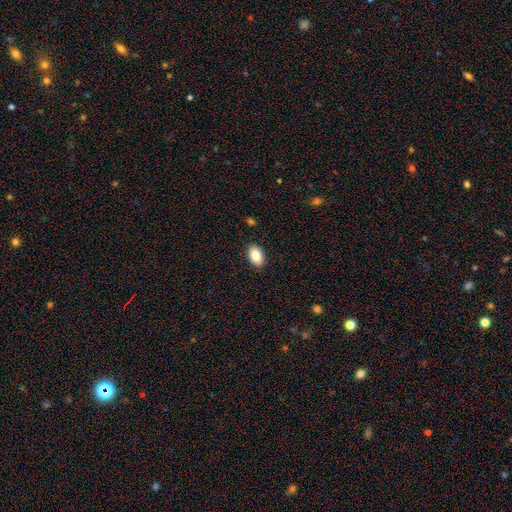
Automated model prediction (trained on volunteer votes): smooth 84%, featured or disk 8%, star or artifact 7%. Down the decision tree: how rounded — in between (92%); merging — none (89%).